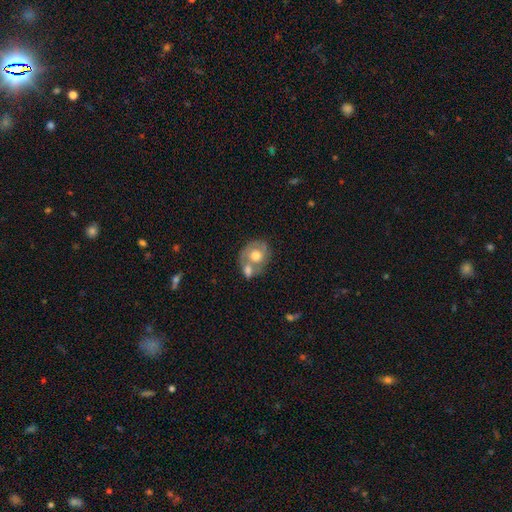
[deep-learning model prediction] Smooth or featured? Predicted: smooth (p=0.50). How rounded? Predicted: round (p=0.63). Merging? Predicted: merger (p=0.53).